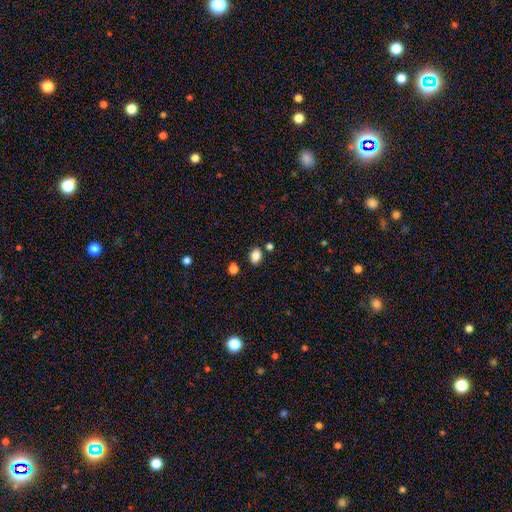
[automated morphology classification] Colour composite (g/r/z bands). It shows a smooth galaxy with no disk features (85%) that is in between round and cigar-shaped (74%). Merging: none (83%).